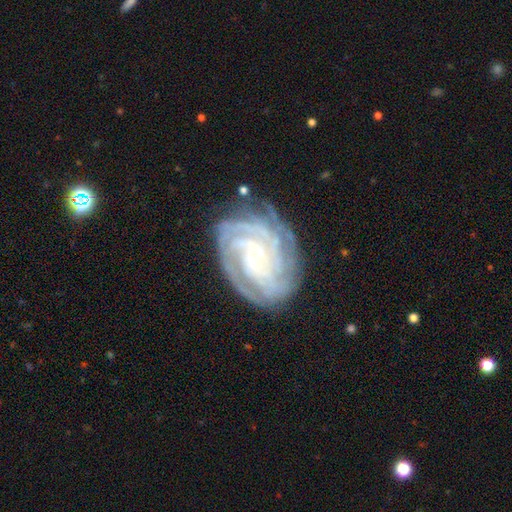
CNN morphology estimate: Q: Smooth or featured?
A: featured or disk (89%); runner-up: star or artifact (6%)
Q: Edge-on disk?
A: no (97%); runner-up: yes (3%)
Q: Bar?
A: no (59%); runner-up: weak (30%)
Q: Spiral arms?
A: yes (98%); runner-up: no (2%)
Q: Spiral winding?
A: tight (76%); runner-up: medium (21%)
Q: Spiral arm count?
A: 4 (28%); runner-up: can't tell (22%)
Q: Bulge size?
A: small (72%); runner-up: moderate (24%)
Q: Merging?
A: none (75%); runner-up: minor disturbance (17%)